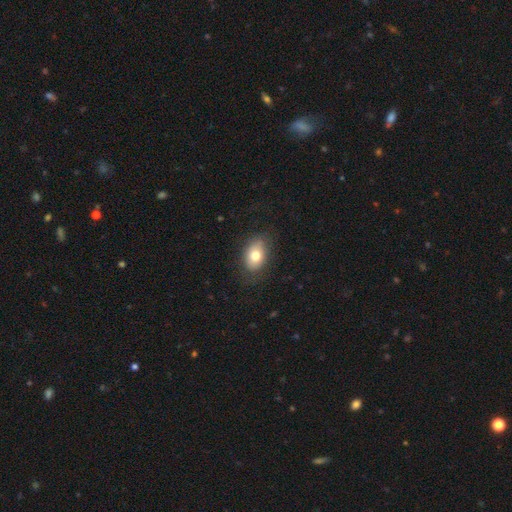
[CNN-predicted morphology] Q: Smooth or featured?
A: smooth (76%); runner-up: featured or disk (15%)
Q: How rounded?
A: in between (85%); runner-up: round (14%)
Q: Merging?
A: none (80%); runner-up: minor disturbance (14%)